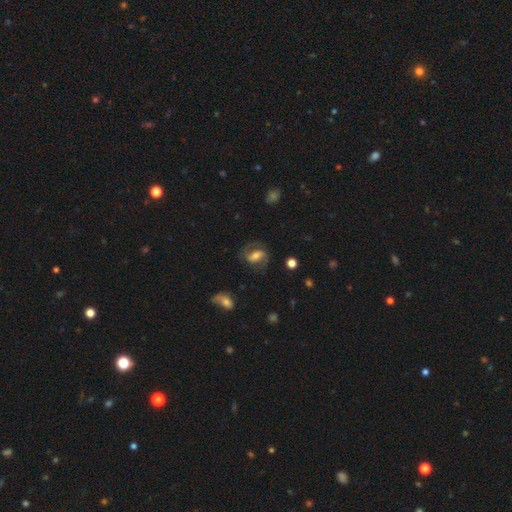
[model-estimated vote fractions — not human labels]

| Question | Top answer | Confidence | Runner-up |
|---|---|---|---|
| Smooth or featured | featured or disk | 70% | smooth (22%) |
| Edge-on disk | no | 95% | yes (5%) |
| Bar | strong | 40% | weak (37%) |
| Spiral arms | yes | 89% | no (11%) |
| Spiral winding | medium | 52% | loose (25%) |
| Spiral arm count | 2 | 88% | can't tell (6%) |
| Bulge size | moderate | 56% | small (27%) |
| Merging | none | 71% | minor disturbance (16%) |